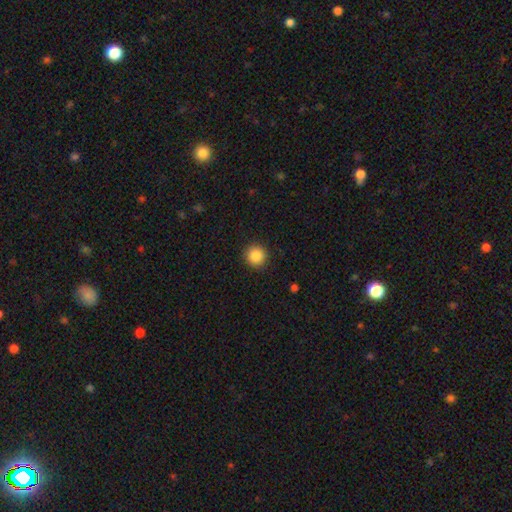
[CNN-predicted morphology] Overall: smooth (87%). How rounded: round (94%). Merging: none (91%).